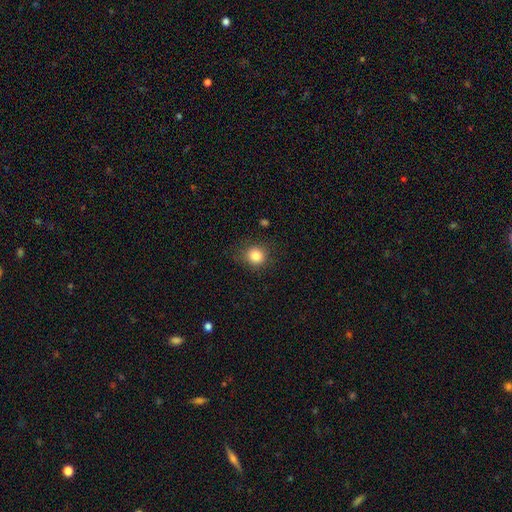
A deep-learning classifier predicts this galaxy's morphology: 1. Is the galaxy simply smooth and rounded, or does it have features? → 84% smooth, 11% star or artifact, 5% featured or disk.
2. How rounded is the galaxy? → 86% round, 13% in between, 1% cigar-shaped.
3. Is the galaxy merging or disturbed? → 84% none, 12% minor disturbance, 4% major disturbance, 1% merger.